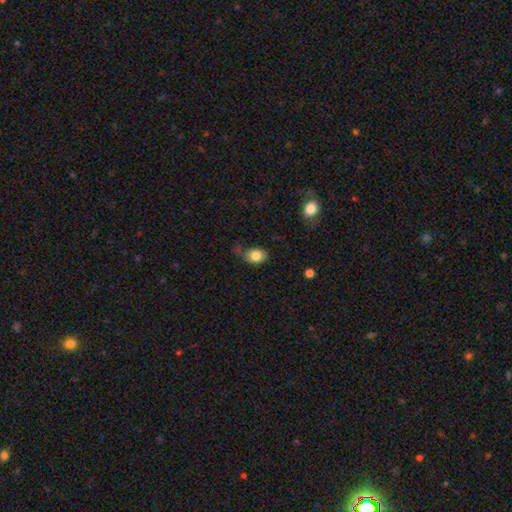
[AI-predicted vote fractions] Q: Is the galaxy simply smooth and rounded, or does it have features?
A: smooth — 82%.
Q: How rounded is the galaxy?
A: in between — 67%.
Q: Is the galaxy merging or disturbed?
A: none — 51%.